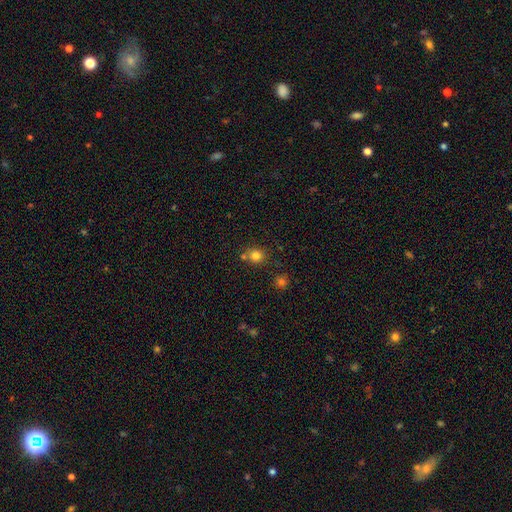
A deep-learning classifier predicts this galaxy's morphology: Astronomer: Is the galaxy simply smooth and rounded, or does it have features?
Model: smooth — 80%.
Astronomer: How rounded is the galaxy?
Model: round — 82%.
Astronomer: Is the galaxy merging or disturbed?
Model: none — 69%.